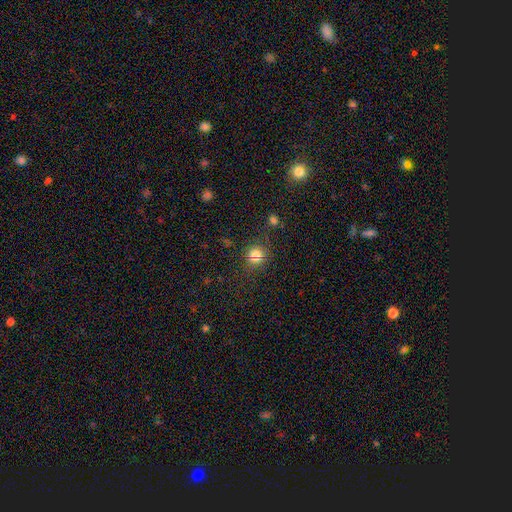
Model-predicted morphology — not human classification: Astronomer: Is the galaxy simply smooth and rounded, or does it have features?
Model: smooth — 77%.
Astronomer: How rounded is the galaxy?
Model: round — 86%.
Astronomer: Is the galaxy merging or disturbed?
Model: none — 76%.